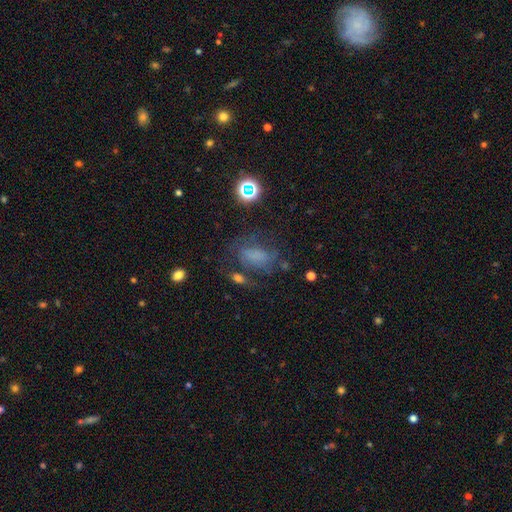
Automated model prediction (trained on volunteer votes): smooth_or_featured: smooth (p=0.44) [alt: featured or disk p=0.35]
merging: none (p=0.50) [alt: minor disturbance p=0.22]